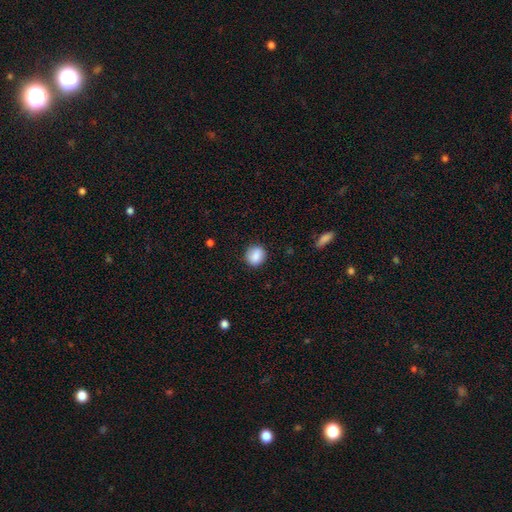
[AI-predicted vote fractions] smooth 86%, star or artifact 8%, featured or disk 6%. Down the decision tree: how rounded — round (78%); merging — none (86%).